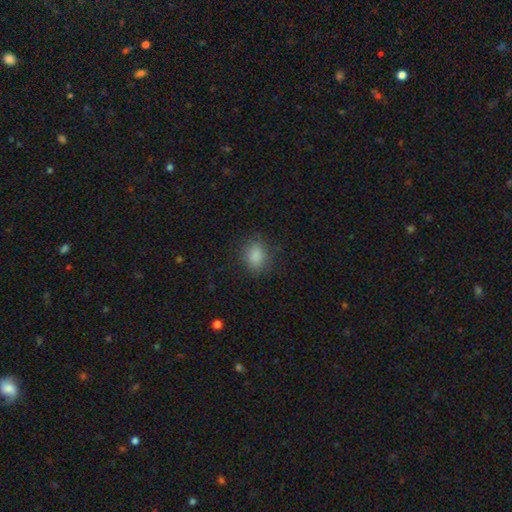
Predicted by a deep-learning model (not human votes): Smooth or featured?
  - smooth: 86% *
  - star or artifact: 10%
  - featured or disk: 4%
How rounded?
  - in between: 53% *
  - round: 45%
  - cigar-shaped: 1%
Merging?
  - none: 83% *
  - minor disturbance: 12%
  - major disturbance: 4%
  - merger: 1%